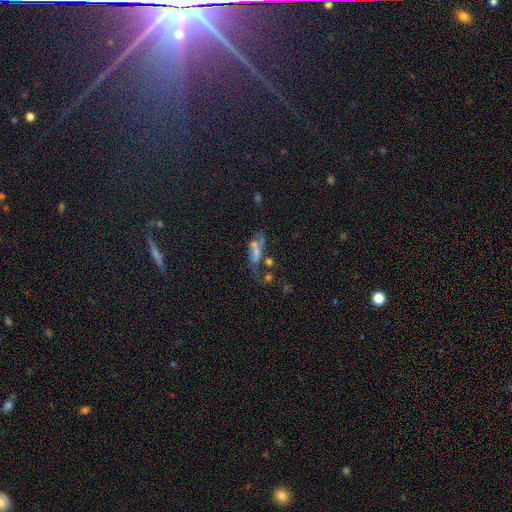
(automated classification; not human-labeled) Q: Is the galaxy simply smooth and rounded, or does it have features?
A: star or artifact — 43%.